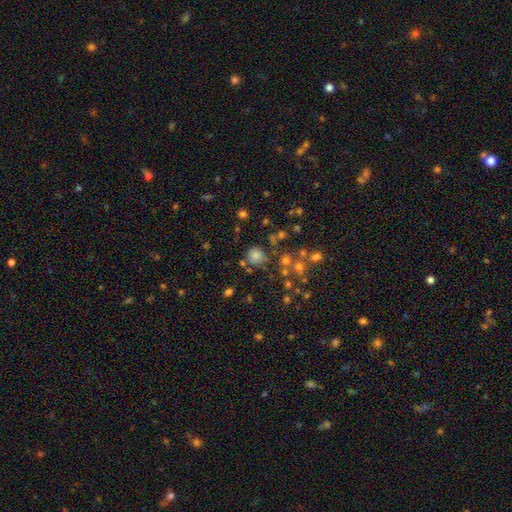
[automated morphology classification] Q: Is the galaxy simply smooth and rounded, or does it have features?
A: smooth — 71%.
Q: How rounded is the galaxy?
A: round — 84%.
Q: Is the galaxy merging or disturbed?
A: none — 69%.